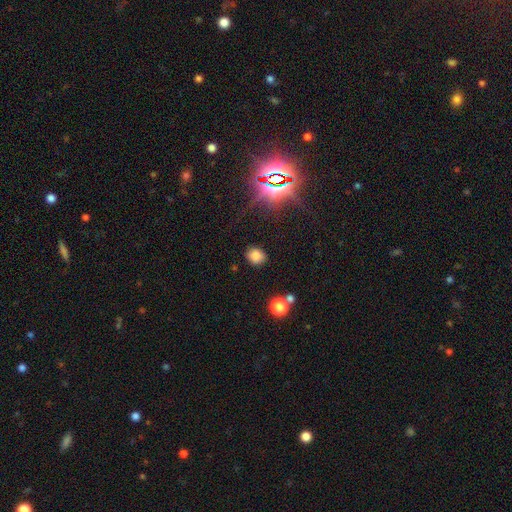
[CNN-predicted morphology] Overall: smooth (76%). How rounded: round (61%; in between 37%). Merging: none (81%).